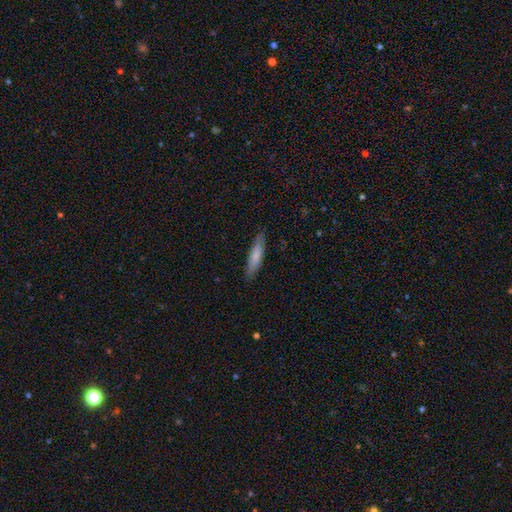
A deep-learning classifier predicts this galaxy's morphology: Smooth or featured? Predicted: smooth (p=0.75). How rounded? Predicted: cigar-shaped (p=0.76). Merging? Predicted: none (p=0.86).